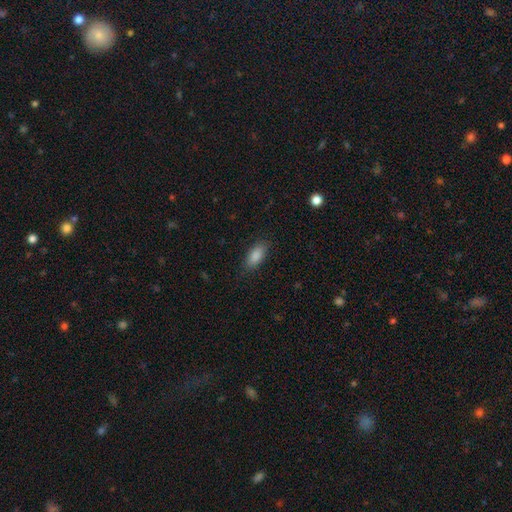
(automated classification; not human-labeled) smooth-or-featured: smooth: 88% | star or artifact: 7% | featured or disk: 5%
  how-rounded: in between: 87% | cigar-shaped: 10% | round: 3%
  merging: none: 85% | minor disturbance: 11% | major disturbance: 3% | merger: 1%